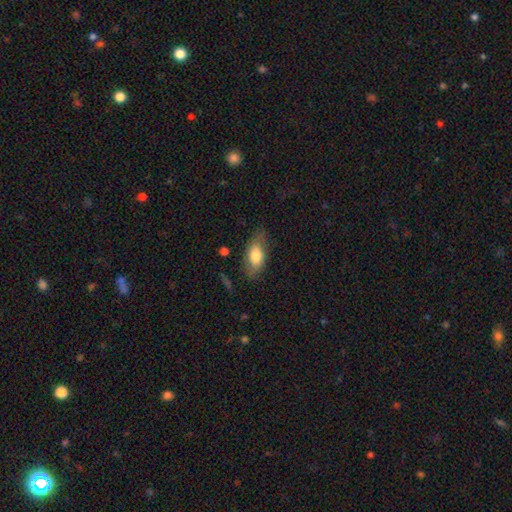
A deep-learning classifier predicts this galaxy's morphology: The model was most divided on "merging": none: 71%, minor disturbance: 22%, major disturbance: 5%, merger: 2%. More confident: how rounded — in between (82%); smooth or featured — smooth (72%).